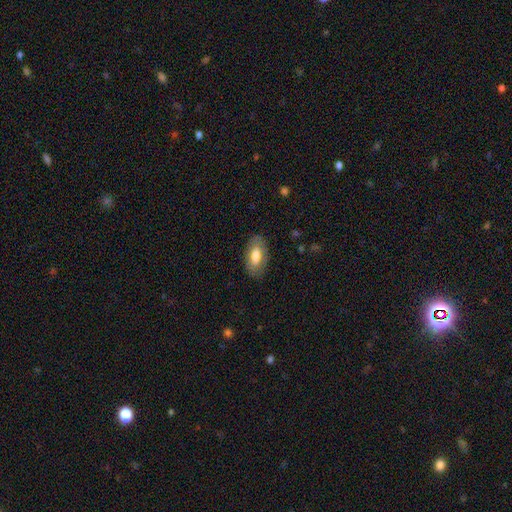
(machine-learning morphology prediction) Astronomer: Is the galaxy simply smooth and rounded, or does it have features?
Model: smooth — 74%.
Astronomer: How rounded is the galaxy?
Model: in between — 91%.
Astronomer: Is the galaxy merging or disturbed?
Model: none — 83%.